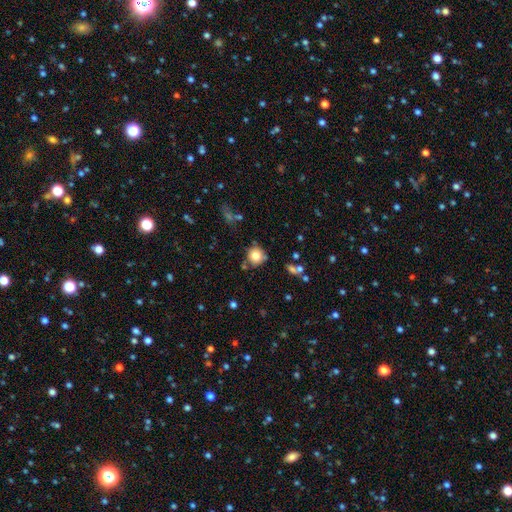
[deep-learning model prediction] Smooth or featured?
  - smooth: 80% *
  - star or artifact: 11%
  - featured or disk: 9%
How rounded?
  - round: 91% *
  - in between: 8%
  - cigar-shaped: 1%
Merging?
  - none: 77% *
  - minor disturbance: 12%
  - merger: 7%
  - major disturbance: 4%